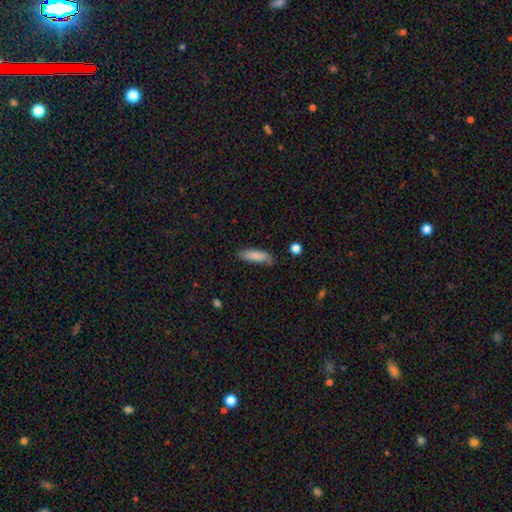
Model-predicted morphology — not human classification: smooth 84%, featured or disk 10%, star or artifact 6%. Down the decision tree: how rounded — cigar-shaped (57%); merging — none (76%).